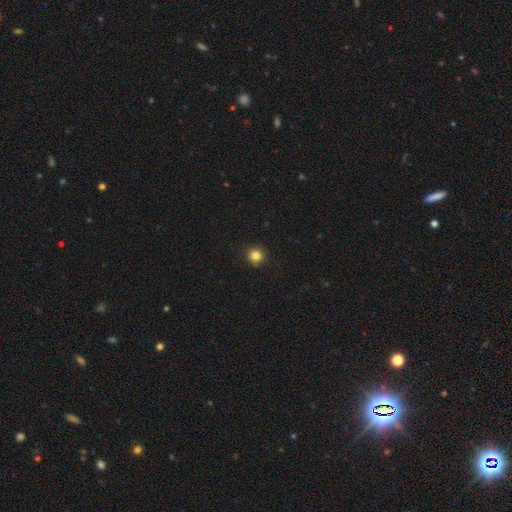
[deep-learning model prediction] This is clearly a smooth galaxy (83%). How rounded: clearly round (92%). Merging: clearly none (91%).